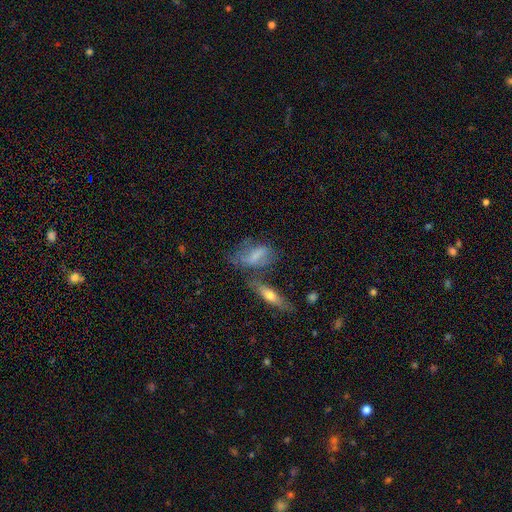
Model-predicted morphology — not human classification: smooth-or-featured: smooth: 56% | featured or disk: 32% | star or artifact: 11%
  how-rounded: in between: 71% | cigar-shaped: 22% | round: 7%
  merging: none: 40% | minor disturbance: 23% | merger: 20% | major disturbance: 17%